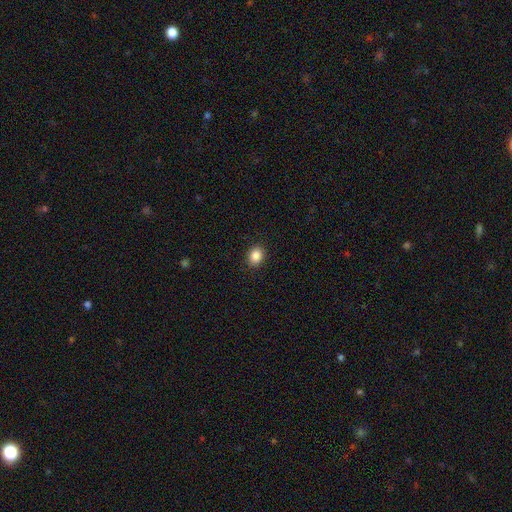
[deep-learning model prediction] smooth 87%, star or artifact 9%, featured or disk 4%. Down the decision tree: how rounded — round (58%); merging — none (90%).